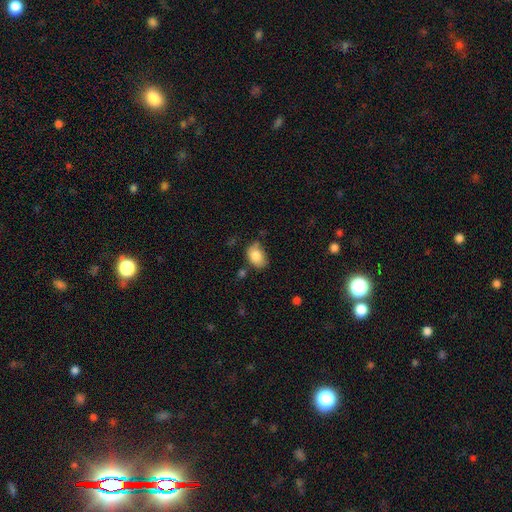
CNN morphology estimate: Overall: smooth (83%). How rounded: in between (80%). Merging: none (58%; minor disturbance 29%).